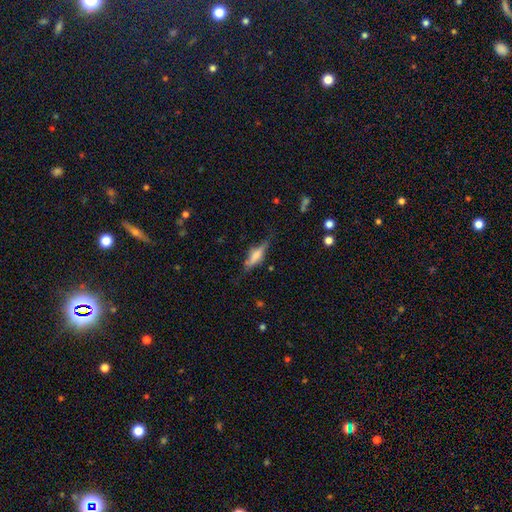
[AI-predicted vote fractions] Smooth or featured: smooth — 47% (featured or disk — 44%)
Merging: none — 67% (minor disturbance — 22%)